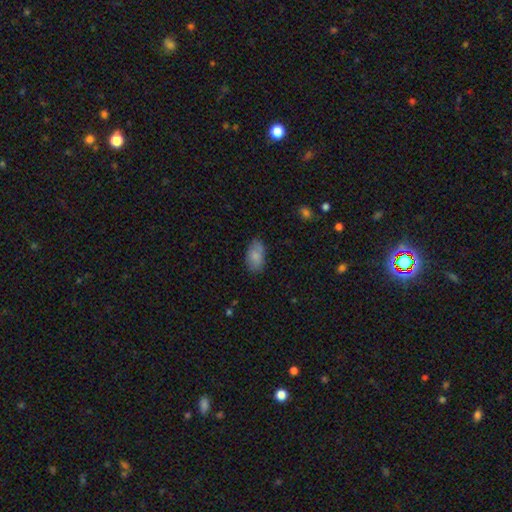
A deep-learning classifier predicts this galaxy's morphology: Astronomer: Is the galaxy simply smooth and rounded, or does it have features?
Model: smooth — 84%.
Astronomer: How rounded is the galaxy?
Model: in between — 93%.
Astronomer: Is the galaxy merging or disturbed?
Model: none — 75%.